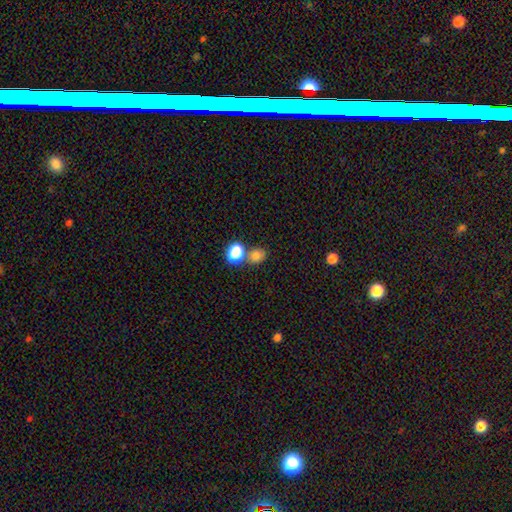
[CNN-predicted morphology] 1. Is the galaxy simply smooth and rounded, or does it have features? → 80% smooth, 13% star or artifact, 8% featured or disk.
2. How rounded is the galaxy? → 55% round, 44% in between, 1% cigar-shaped.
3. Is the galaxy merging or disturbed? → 48% none, 39% merger, 10% minor disturbance, 4% major disturbance.